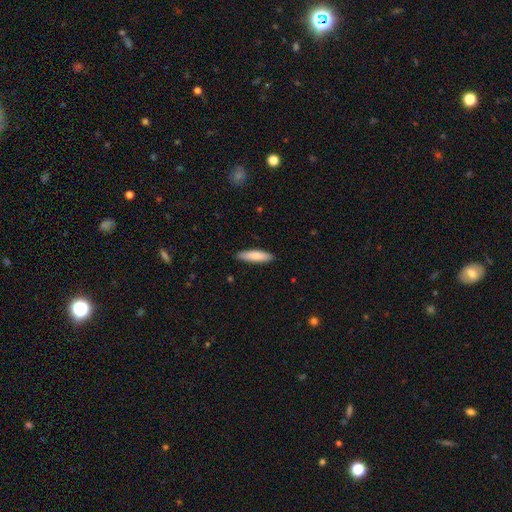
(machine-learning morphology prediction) Smooth or featured? smooth (83%)
How rounded? cigar-shaped (69%)
Merging? none (89%)